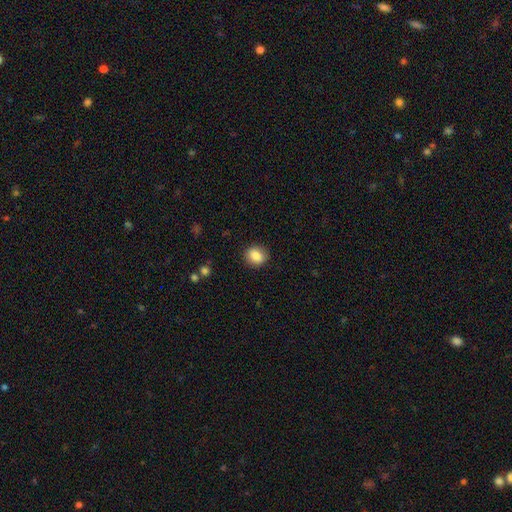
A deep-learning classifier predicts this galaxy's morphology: A smooth galaxy with no disk features (87%) that is round (68%). Merging: none (89%).